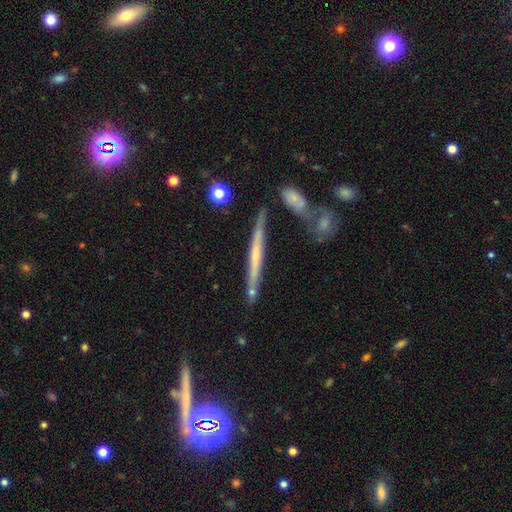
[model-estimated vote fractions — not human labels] Overall: featured or disk (58%; smooth 35%). Edge-on disk: yes (94%). Edge-on bulge: none (73%). Merging: none (75%).